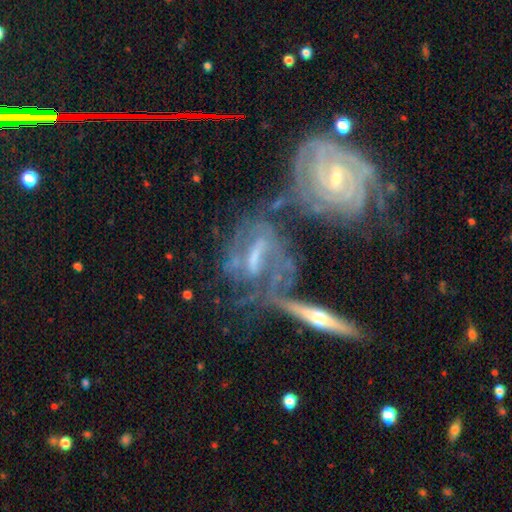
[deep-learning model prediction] A featured or disk galaxy (79%) with a strong bar (49%), tight (48%) spiral arms (82%) and a small central bulge (41%). Merging: merger (42%).